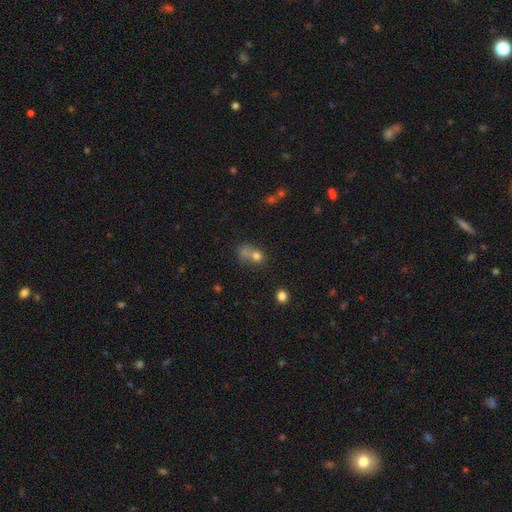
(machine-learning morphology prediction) Smooth or featured: smooth — 70% (star or artifact — 16%)
How rounded: round — 64% (in between — 34%)
Merging: merger — 54% (none — 29%)